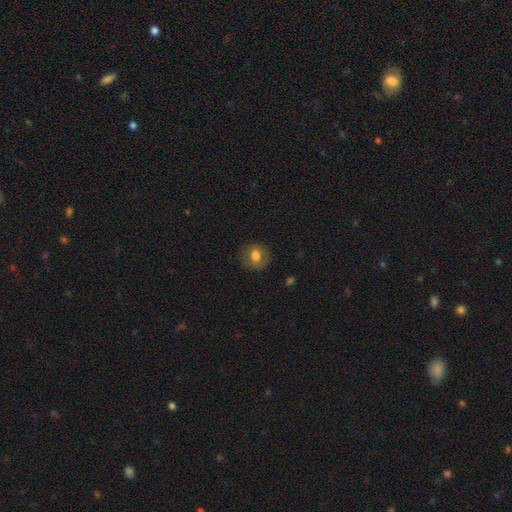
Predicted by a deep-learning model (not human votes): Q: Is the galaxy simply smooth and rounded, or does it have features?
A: smooth — 74%.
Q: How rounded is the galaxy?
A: round — 77%.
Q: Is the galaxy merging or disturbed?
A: none — 83%.